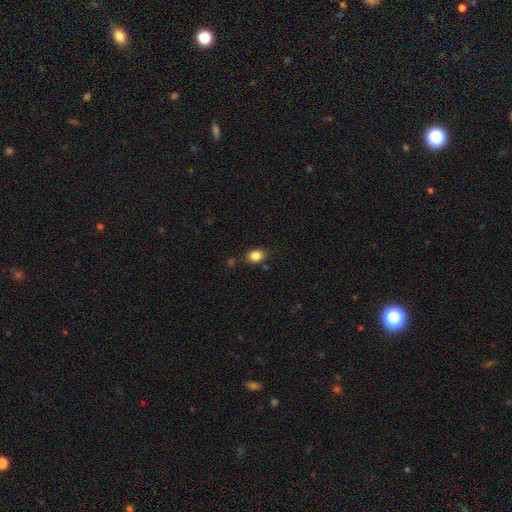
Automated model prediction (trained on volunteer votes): Smooth or featured?
  - smooth: 84% *
  - star or artifact: 10%
  - featured or disk: 6%
How rounded?
  - in between: 59% *
  - round: 40%
  - cigar-shaped: 1%
Merging?
  - none: 79% *
  - minor disturbance: 14%
  - merger: 3%
  - major disturbance: 3%